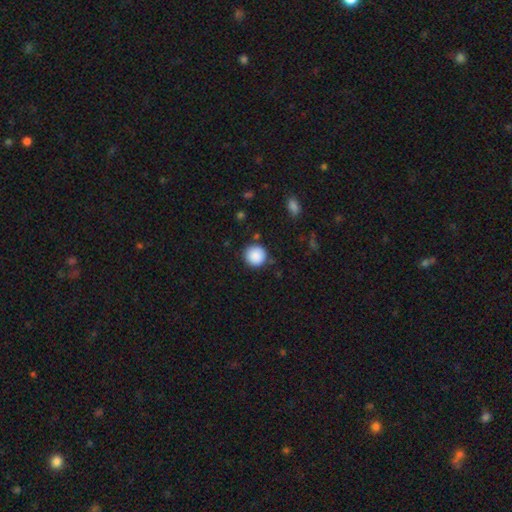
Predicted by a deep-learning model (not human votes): Q: Smooth or featured?
A: smooth (89%); runner-up: star or artifact (8%)
Q: How rounded?
A: round (95%); runner-up: in between (4%)
Q: Merging?
A: none (87%); runner-up: minor disturbance (8%)